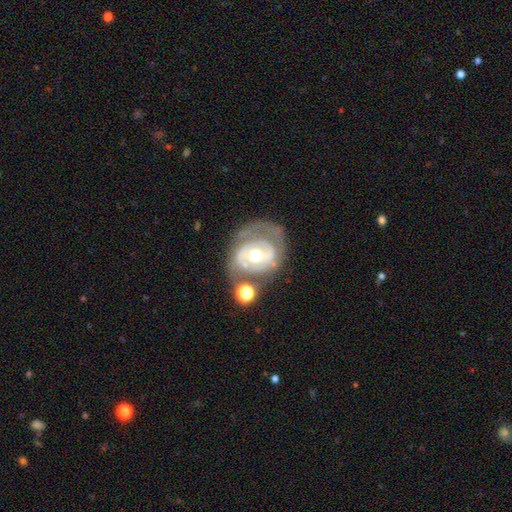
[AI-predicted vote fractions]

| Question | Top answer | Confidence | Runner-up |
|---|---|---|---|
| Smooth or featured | featured or disk | 73% | smooth (20%) |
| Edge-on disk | no | 96% | yes (4%) |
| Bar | no | 59% | weak (27%) |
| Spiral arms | yes | 52% | no (48%) |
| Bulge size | moderate | 74% | small (15%) |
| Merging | none | 51% | minor disturbance (21%) |